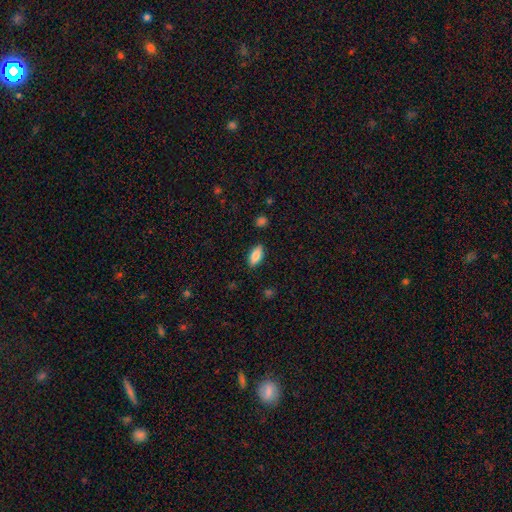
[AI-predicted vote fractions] smooth-or-featured: smooth: 85% | featured or disk: 8% | star or artifact: 7%
  how-rounded: in between: 86% | cigar-shaped: 12% | round: 2%
  merging: none: 87% | minor disturbance: 10% | major disturbance: 2% | merger: 1%